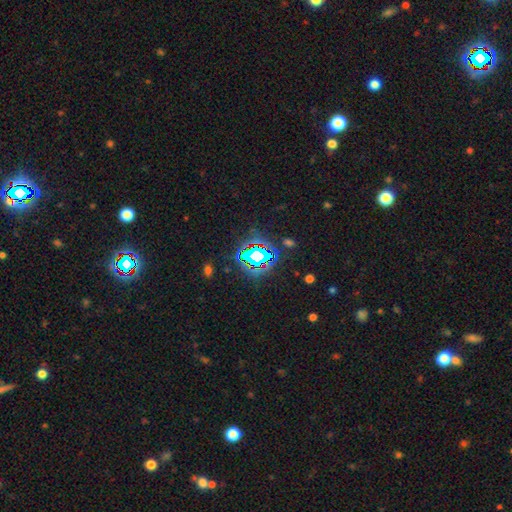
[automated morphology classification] Smooth or featured? star or artifact (71%)